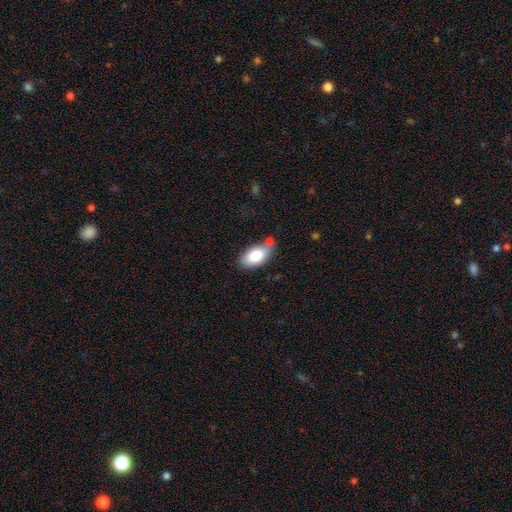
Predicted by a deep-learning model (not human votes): smooth-or-featured: smooth: 80% | featured or disk: 13% | star or artifact: 7%
  how-rounded: in between: 93% | round: 4% | cigar-shaped: 3%
  merging: none: 63% | minor disturbance: 21% | merger: 11% | major disturbance: 5%